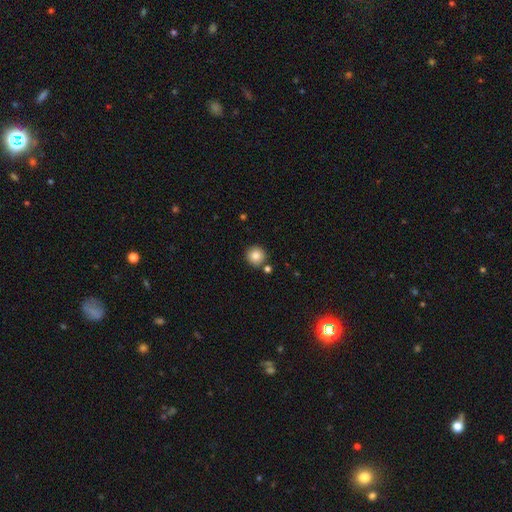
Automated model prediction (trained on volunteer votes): Overall: smooth (84%). How rounded: round (95%). Merging: none (83%).